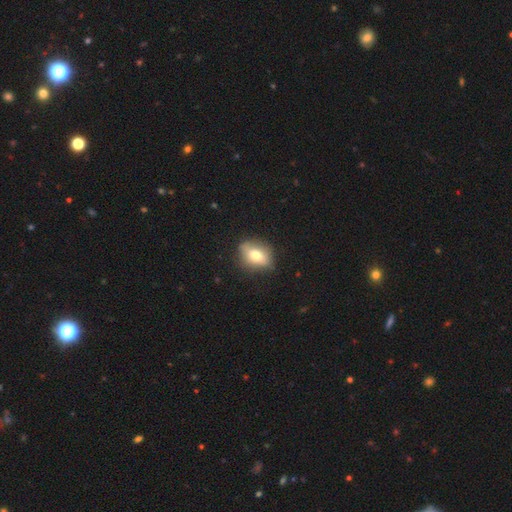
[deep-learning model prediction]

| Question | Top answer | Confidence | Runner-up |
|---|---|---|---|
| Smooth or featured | smooth | 67% | featured or disk (24%) |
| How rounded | in between | 62% | round (36%) |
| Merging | none | 74% | minor disturbance (20%) |